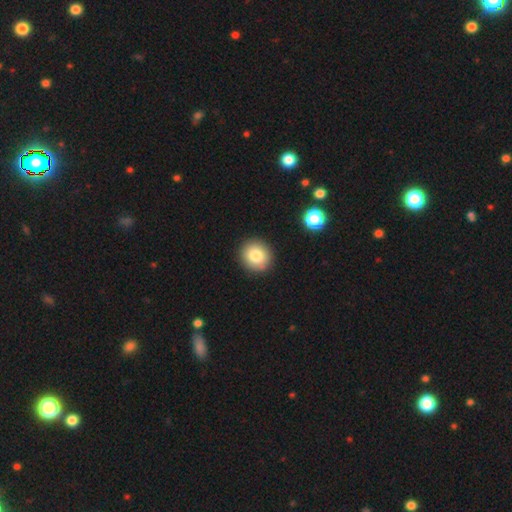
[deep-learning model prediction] Smooth or featured?
  - smooth: 82% *
  - star or artifact: 10%
  - featured or disk: 9%
How rounded?
  - round: 86% *
  - in between: 13%
  - cigar-shaped: 1%
Merging?
  - none: 91% *
  - minor disturbance: 6%
  - major disturbance: 2%
  - merger: 1%